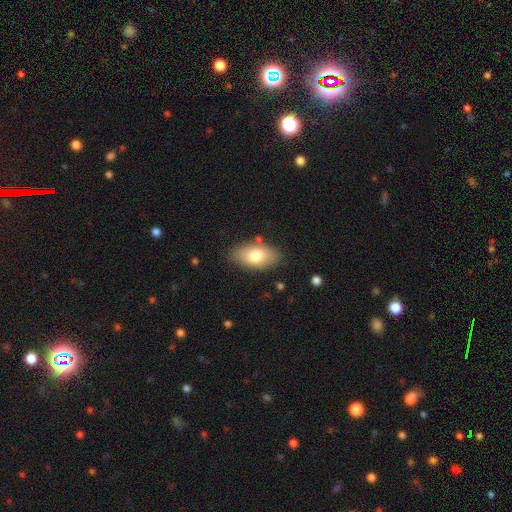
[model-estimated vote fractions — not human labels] smooth-or-featured: smooth: 75% | featured or disk: 17% | star or artifact: 7%
  how-rounded: in between: 92% | round: 5% | cigar-shaped: 3%
  merging: none: 81% | minor disturbance: 13% | major disturbance: 3% | merger: 2%